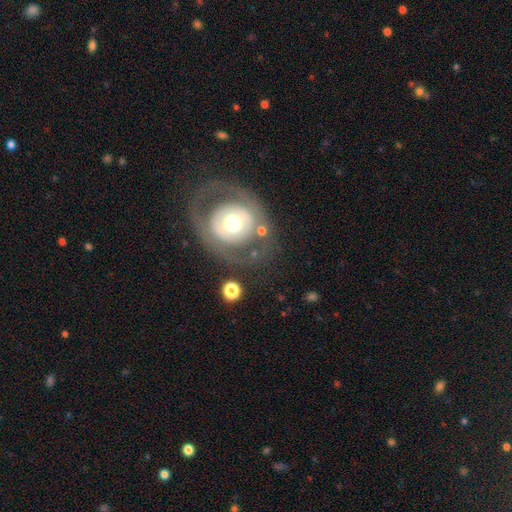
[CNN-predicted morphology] A featured or disk galaxy (69%) with no bar (71%), no spiral arms (58%) and a moderate central bulge (61%).

Vote fractions:
- Smooth or featured? featured or disk: 69% / smooth: 23% / star or artifact: 8%
- Edge-on disk? no: 95% / yes: 5%
- Bar? no: 71% / weak: 19% / strong: 10%
- Spiral arms? no: 58% / yes: 42%
- Bulge size? moderate: 61% / small: 20% / large: 15% / dominant: 2% / none: 1%
- Merging? none: 69% / major disturbance: 14% / minor disturbance: 14% / merger: 3%